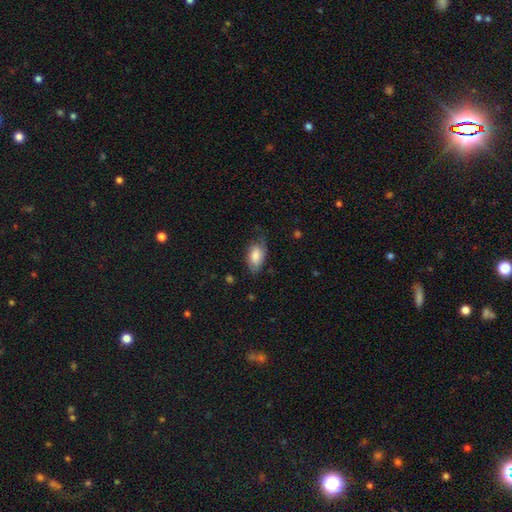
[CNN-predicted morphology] This appears to be a smooth galaxy with no disk features (74%) that is in between round and cigar-shaped (92%). Merging: none (51%).